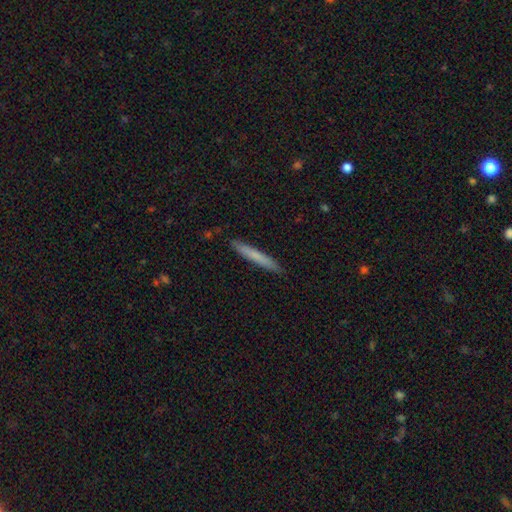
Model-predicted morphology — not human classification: Smooth or featured? Predicted: smooth (p=0.69). How rounded? Predicted: cigar-shaped (p=0.96). Merging? Predicted: none (p=0.89).